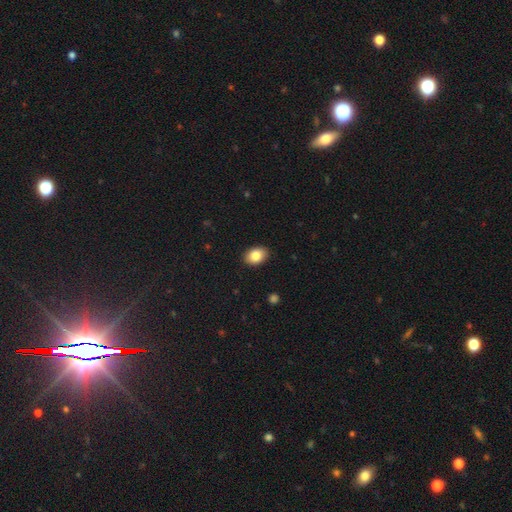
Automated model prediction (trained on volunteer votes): A smooth galaxy with no disk features (85%) that is in between round and cigar-shaped (83%).

Vote fractions:
- Smooth or featured? smooth: 85% / star or artifact: 8% / featured or disk: 8%
- How rounded? in between: 83% / round: 16% / cigar-shaped: 1%
- Merging? none: 89% / minor disturbance: 8% / major disturbance: 2% / merger: 1%